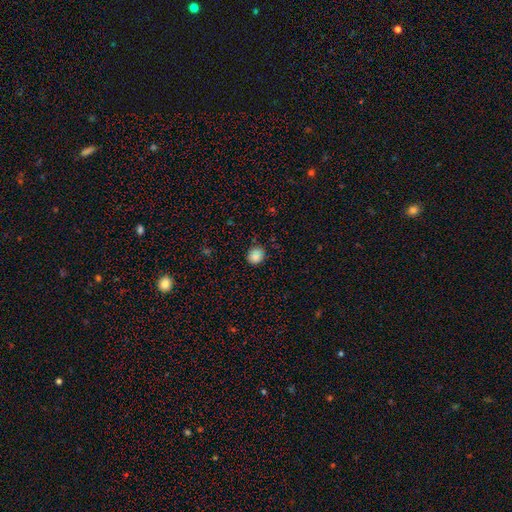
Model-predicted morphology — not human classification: A smooth galaxy with no disk features (81%) that is round (78%). Merging: none (81%).